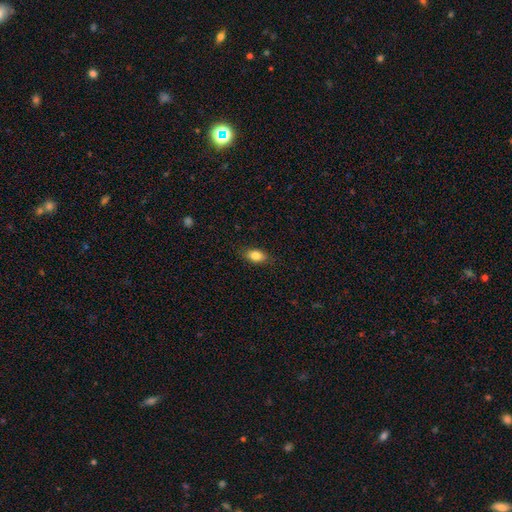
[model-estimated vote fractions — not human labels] Smooth or featured?
  - smooth: 83% *
  - featured or disk: 9%
  - star or artifact: 8%
How rounded?
  - in between: 85% *
  - round: 10%
  - cigar-shaped: 5%
Merging?
  - none: 85% *
  - minor disturbance: 11%
  - major disturbance: 3%
  - merger: 1%